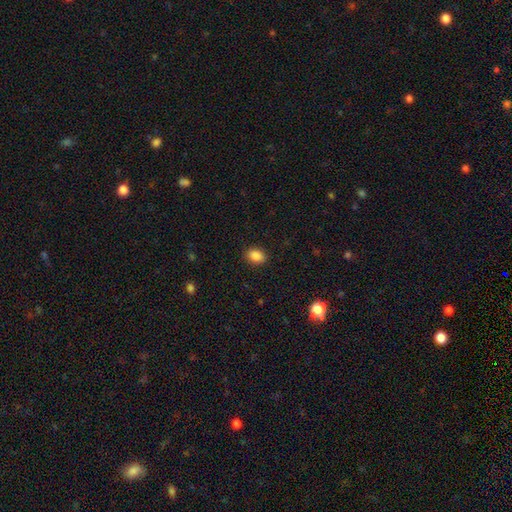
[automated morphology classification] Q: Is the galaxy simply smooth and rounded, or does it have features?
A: smooth — 88%.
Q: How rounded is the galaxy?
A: in between — 72%.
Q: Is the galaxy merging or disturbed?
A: none — 89%.